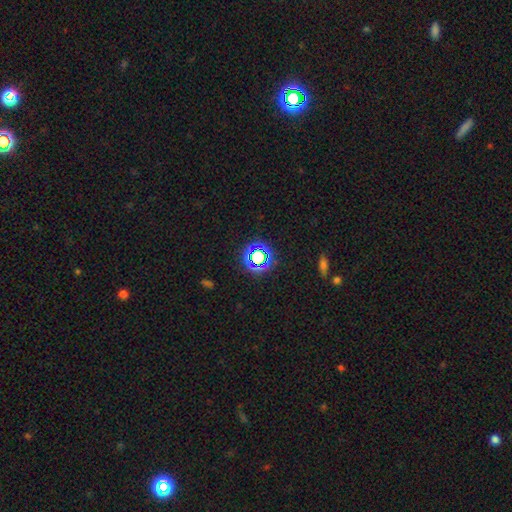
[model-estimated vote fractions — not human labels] Q: Smooth or featured?
A: star or artifact (65%); runner-up: smooth (24%)